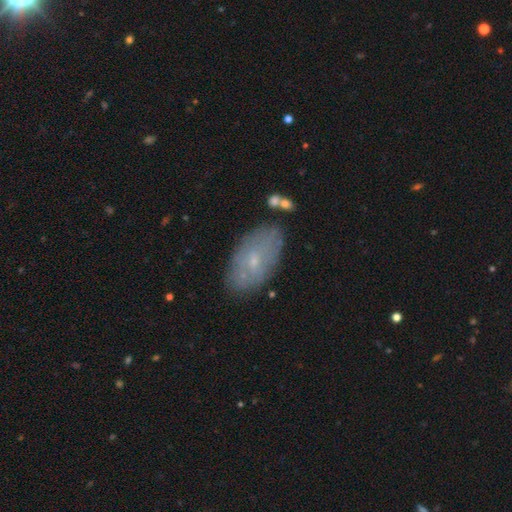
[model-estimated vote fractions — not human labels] Smooth or featured? smooth (44%)
Merging? none (80%)